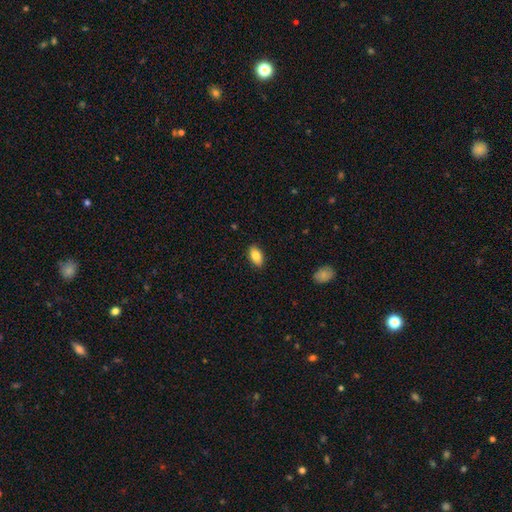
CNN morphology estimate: type=smooth (83%); roundness=in between (92%); merging=none (88%).